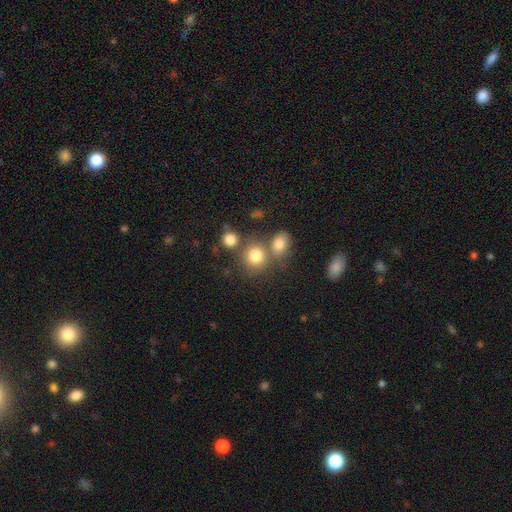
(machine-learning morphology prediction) Smooth or featured? smooth (79%)
How rounded? round (80%)
Merging? none (58%)